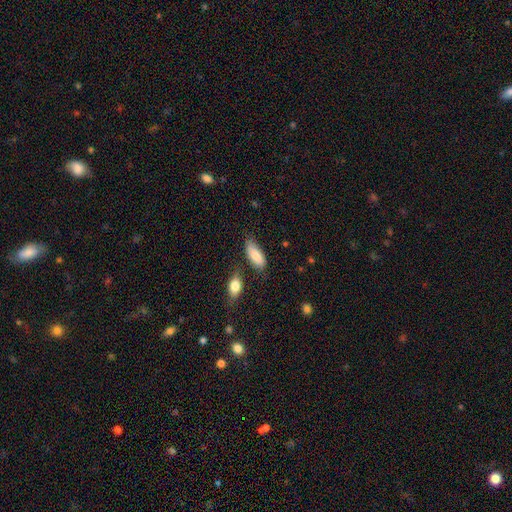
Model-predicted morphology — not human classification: This appears to be a smooth galaxy with no disk features (82%) that is in between round and cigar-shaped (84%). Merging: none (61%).